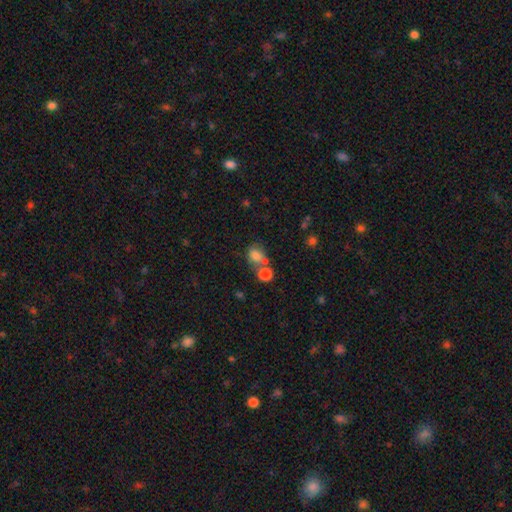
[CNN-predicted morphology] Smooth or featured? Predicted: smooth (p=0.78). How rounded? Predicted: round (p=0.61). Merging? Predicted: none (p=0.47).